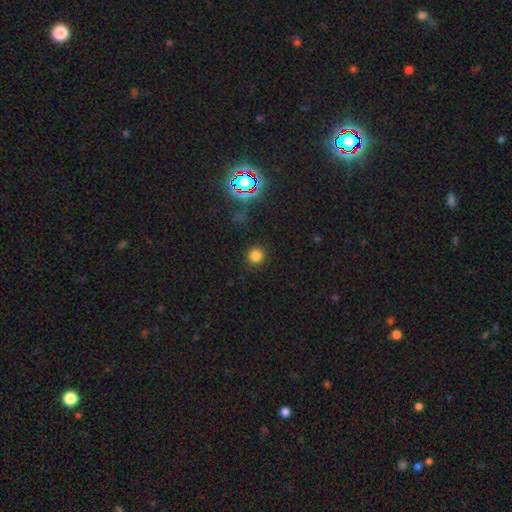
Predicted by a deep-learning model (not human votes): Smooth or featured?
  - smooth: 79% *
  - star or artifact: 17%
  - featured or disk: 5%
How rounded?
  - round: 93% *
  - in between: 6%
  - cigar-shaped: 1%
Merging?
  - none: 90% *
  - minor disturbance: 6%
  - major disturbance: 2%
  - merger: 1%